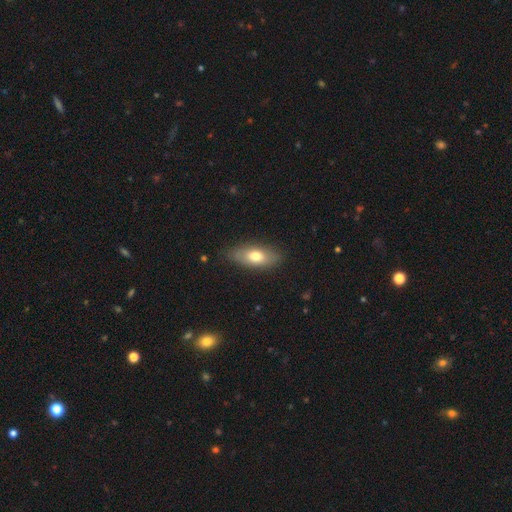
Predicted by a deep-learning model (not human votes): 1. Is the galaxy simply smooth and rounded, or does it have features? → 70% smooth, 23% featured or disk, 7% star or artifact.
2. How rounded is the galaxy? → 83% in between, 13% cigar-shaped, 5% round.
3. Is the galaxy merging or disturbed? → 80% none, 15% minor disturbance, 3% major disturbance, 1% merger.